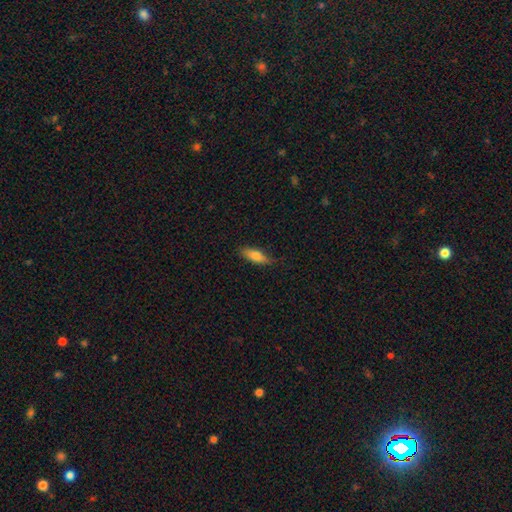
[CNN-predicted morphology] Q: Smooth or featured?
A: smooth (79%); runner-up: featured or disk (14%)
Q: How rounded?
A: in between (63%); runner-up: cigar-shaped (35%)
Q: Merging?
A: none (74%); runner-up: minor disturbance (21%)